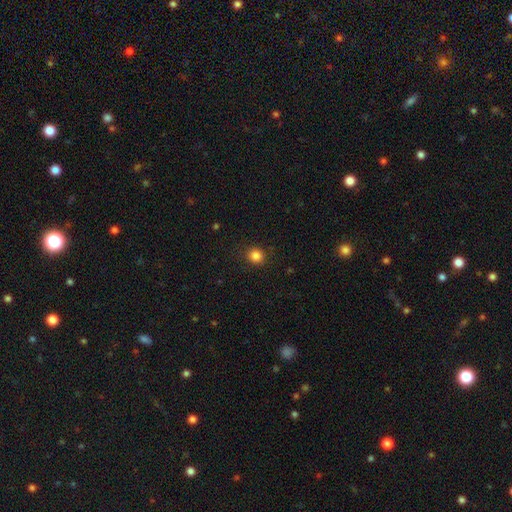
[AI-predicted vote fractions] The model was most divided on "how rounded": round: 83%, in between: 16%, cigar-shaped: 1%. More confident: merging — none (88%); smooth or featured — smooth (84%).